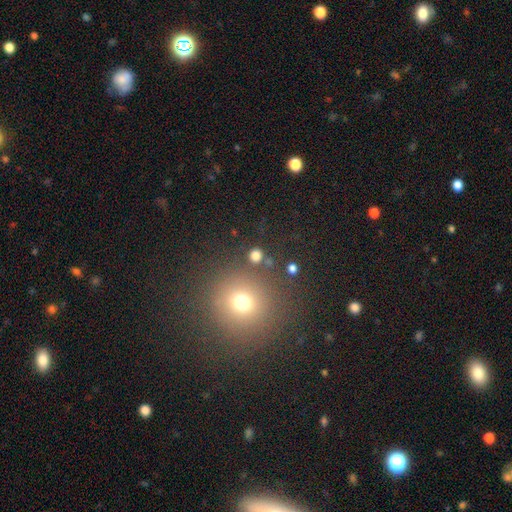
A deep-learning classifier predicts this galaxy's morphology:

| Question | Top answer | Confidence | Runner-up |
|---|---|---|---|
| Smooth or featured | smooth | 76% | star or artifact (18%) |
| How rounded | round | 90% | in between (9%) |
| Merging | none | 82% | merger (7%) |